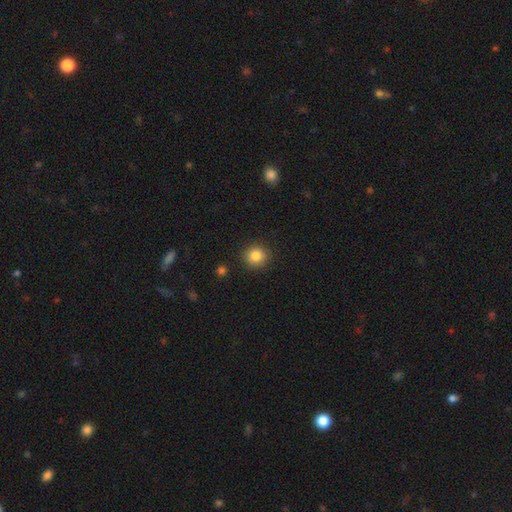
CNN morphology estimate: smooth_or_featured: smooth (p=0.85) [alt: star or artifact p=0.10]
how_rounded: round (p=0.90) [alt: in between p=0.09]
merging: none (p=0.90) [alt: minor disturbance p=0.07]